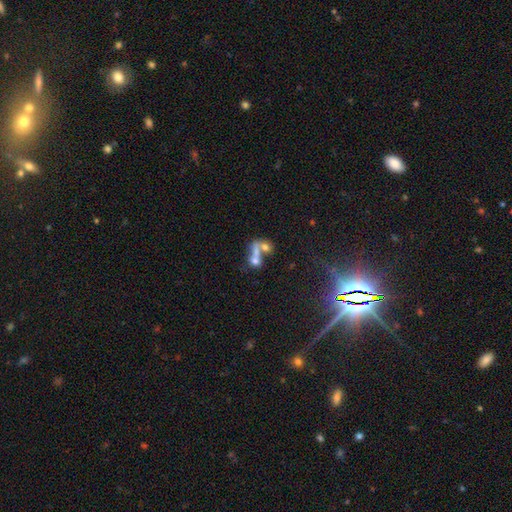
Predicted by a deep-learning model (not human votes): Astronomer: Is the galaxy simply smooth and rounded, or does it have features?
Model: smooth — 59%.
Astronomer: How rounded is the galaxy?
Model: in between — 58%.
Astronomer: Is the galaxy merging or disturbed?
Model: merger — 65%.